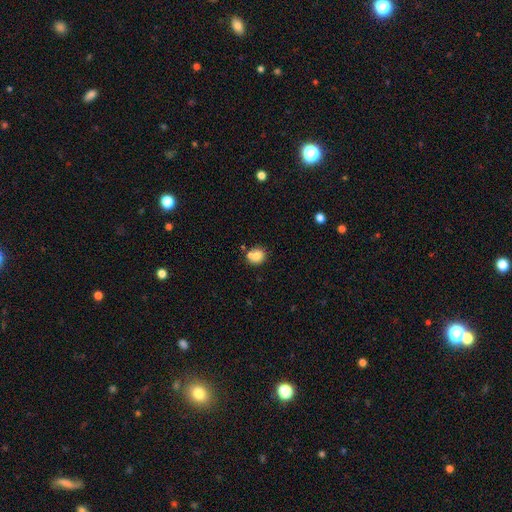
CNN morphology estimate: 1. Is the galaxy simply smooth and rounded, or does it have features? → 77% smooth, 13% featured or disk, 10% star or artifact.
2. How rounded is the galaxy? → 76% round, 23% in between, 1% cigar-shaped.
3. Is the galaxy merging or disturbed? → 56% none, 28% merger, 13% minor disturbance, 4% major disturbance.